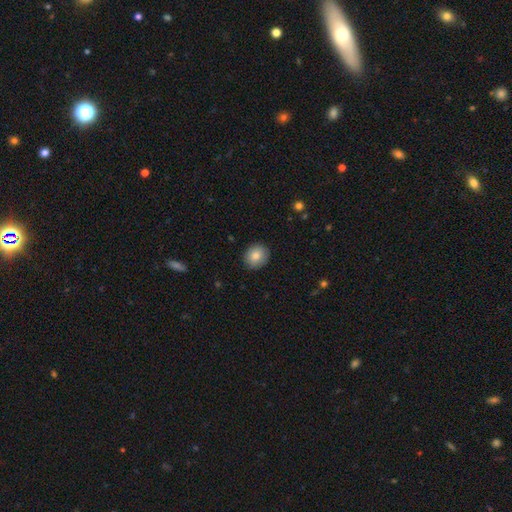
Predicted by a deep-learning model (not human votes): Morphology: type=smooth (84%); roundness=round (72%); merging=none (90%).